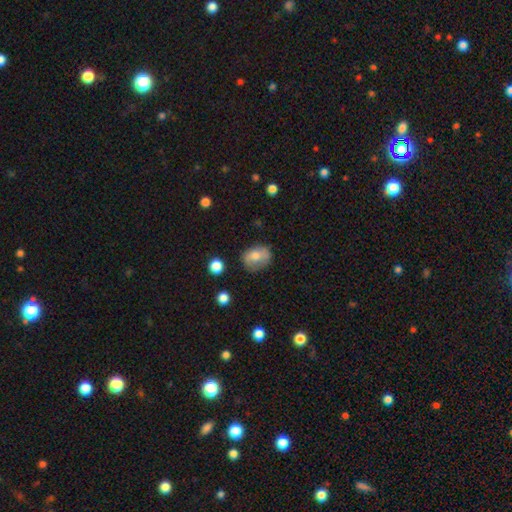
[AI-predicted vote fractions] Smooth or featured: smooth — 70% (featured or disk — 21%)
How rounded: in between — 60% (round — 39%)
Merging: none — 63% (minor disturbance — 26%)